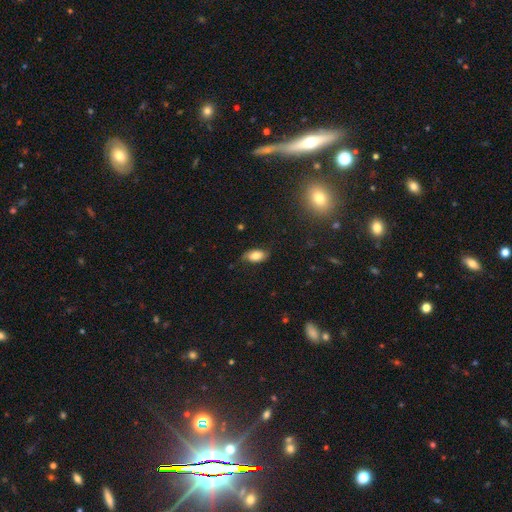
A smooth galaxy with no disk features (59%) that is in between round and cigar-shaped (91%). Merging: none (66%).